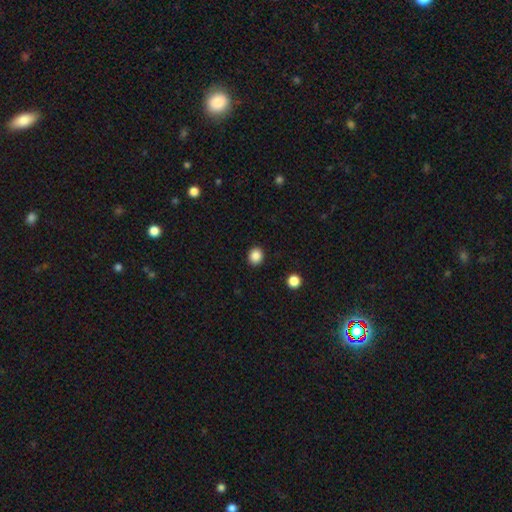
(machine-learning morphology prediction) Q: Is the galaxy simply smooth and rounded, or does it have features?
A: smooth — 86%.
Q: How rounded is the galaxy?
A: round — 78%.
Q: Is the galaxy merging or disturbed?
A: none — 91%.